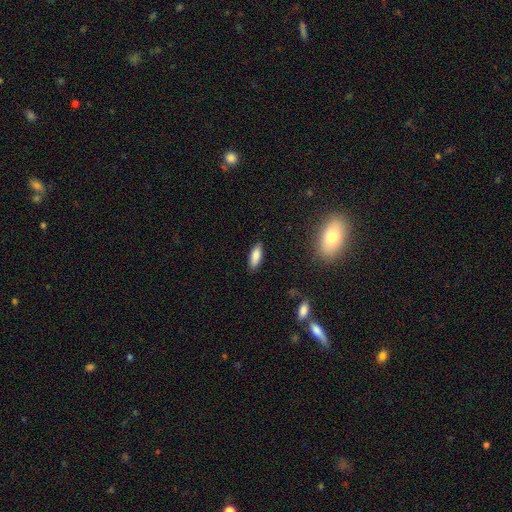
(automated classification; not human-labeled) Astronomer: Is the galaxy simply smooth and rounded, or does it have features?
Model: smooth — 85%.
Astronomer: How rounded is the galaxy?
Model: in between — 68%.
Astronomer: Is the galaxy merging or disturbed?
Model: none — 86%.